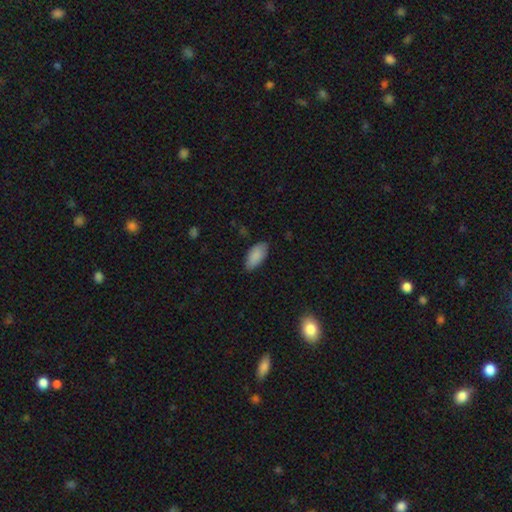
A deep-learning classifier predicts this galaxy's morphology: Smooth or featured? Predicted: smooth (p=0.88). How rounded? Predicted: in between (p=0.92). Merging? Predicted: none (p=0.81).